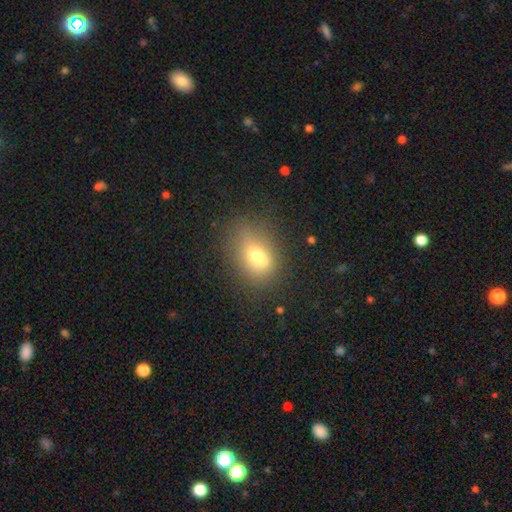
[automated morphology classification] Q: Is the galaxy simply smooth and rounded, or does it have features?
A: smooth — 61%.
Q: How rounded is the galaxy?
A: in between — 57%.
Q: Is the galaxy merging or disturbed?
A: none — 45%.